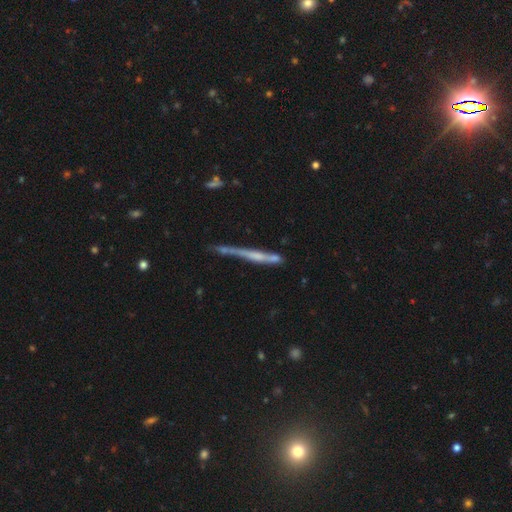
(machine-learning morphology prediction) Smooth or featured: featured or disk — 56% (smooth — 36%)
Edge-on disk: yes — 86% (no — 14%)
Merging: none — 45% (minor disturbance — 22%)